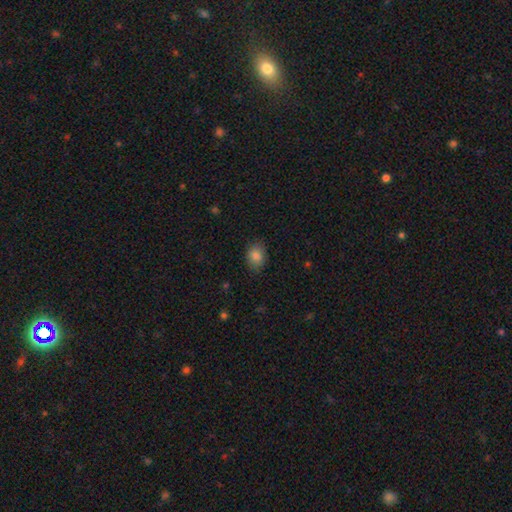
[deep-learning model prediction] A smooth galaxy with no disk features (85%) that is in between round and cigar-shaped (65%).

Vote fractions:
- Smooth or featured? smooth: 85% / star or artifact: 9% / featured or disk: 6%
- How rounded? in between: 65% / round: 34% / cigar-shaped: 1%
- Merging? none: 82% / minor disturbance: 14% / major disturbance: 3% / merger: 1%